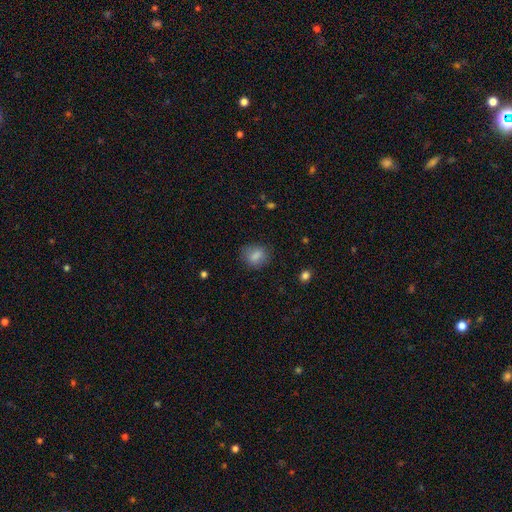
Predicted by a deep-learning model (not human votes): Morphology: type=smooth (81%); roundness=in between (51%); merging=none (77%).